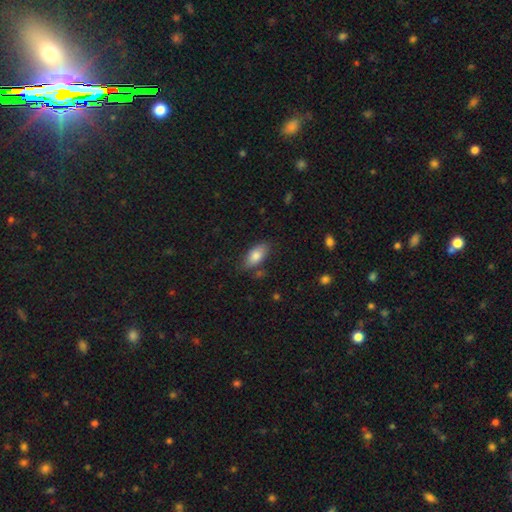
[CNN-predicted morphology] Smooth or featured?
  - smooth: 81% *
  - featured or disk: 12%
  - star or artifact: 7%
How rounded?
  - in between: 88% *
  - cigar-shaped: 7%
  - round: 4%
Merging?
  - none: 74% *
  - minor disturbance: 18%
  - major disturbance: 4%
  - merger: 4%